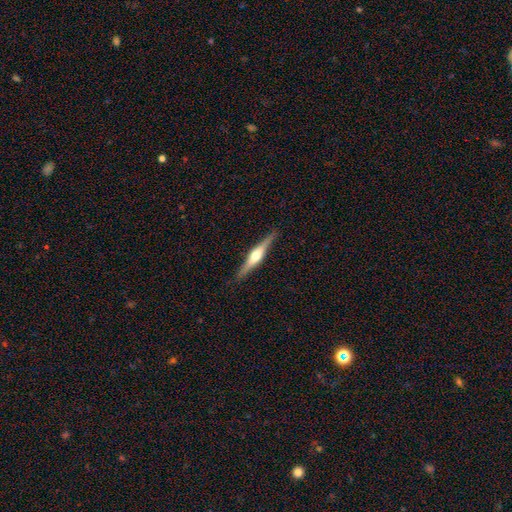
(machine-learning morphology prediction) smooth-or-featured: featured or disk: 75% | smooth: 20% | star or artifact: 5%
  disk-edge-on: yes: 98% | no: 2%
    edge-on-bulge: rounded: 91% | boxy: 6% | none: 3%
  merging: none: 90% | minor disturbance: 7% | major disturbance: 2% | merger: 1%